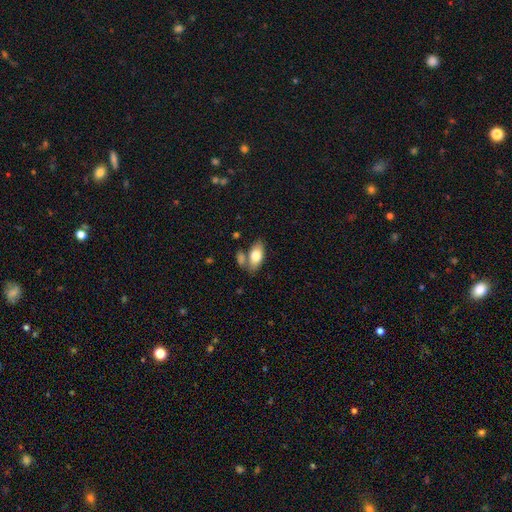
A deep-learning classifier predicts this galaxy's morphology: A smooth galaxy with no disk features (77%) that is in between round and cigar-shaped (90%).

Vote fractions:
- Smooth or featured? smooth: 77% / featured or disk: 17% / star or artifact: 6%
- How rounded? in between: 90% / cigar-shaped: 6% / round: 4%
- Merging? none: 60% / merger: 21% / minor disturbance: 15% / major disturbance: 4%